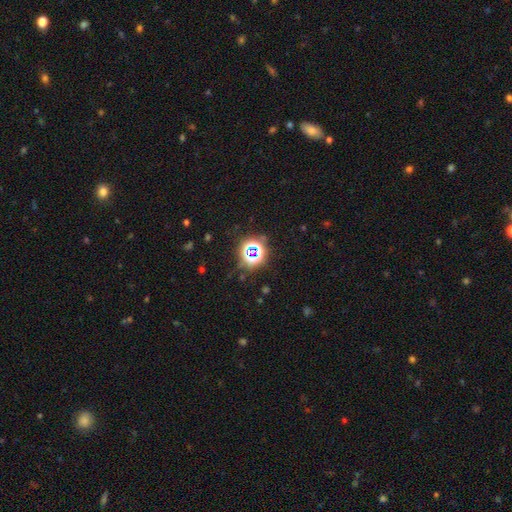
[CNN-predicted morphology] Smooth or featured? star or artifact (71%)